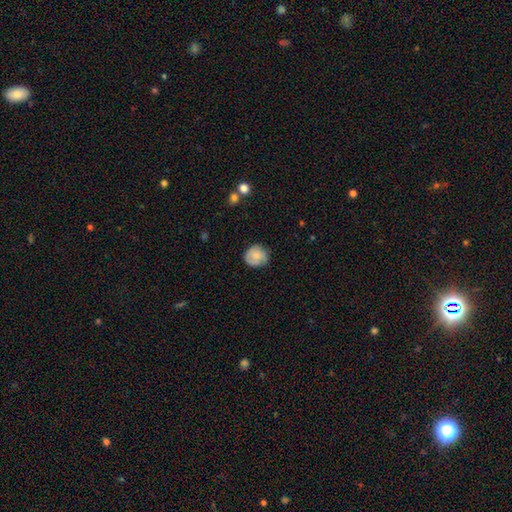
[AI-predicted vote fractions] smooth-or-featured: smooth: 74% | featured or disk: 19% | star or artifact: 7%
  how-rounded: round: 80% | in between: 19% | cigar-shaped: 1%
  merging: none: 71% | minor disturbance: 23% | major disturbance: 5% | merger: 1%